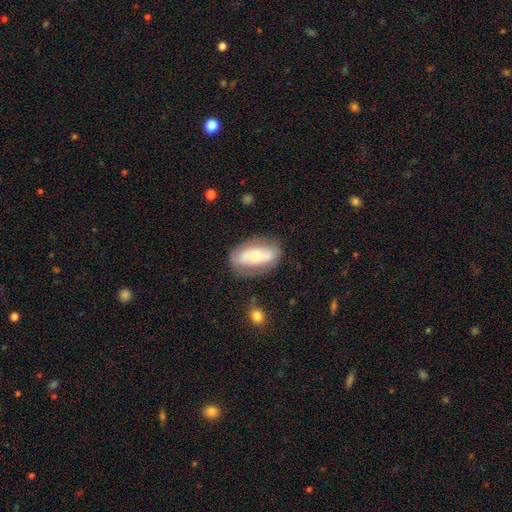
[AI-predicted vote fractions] Smooth or featured? Predicted: featured or disk (p=0.51). Edge-on disk? Predicted: no (p=0.83). Merging? Predicted: none (p=0.74).